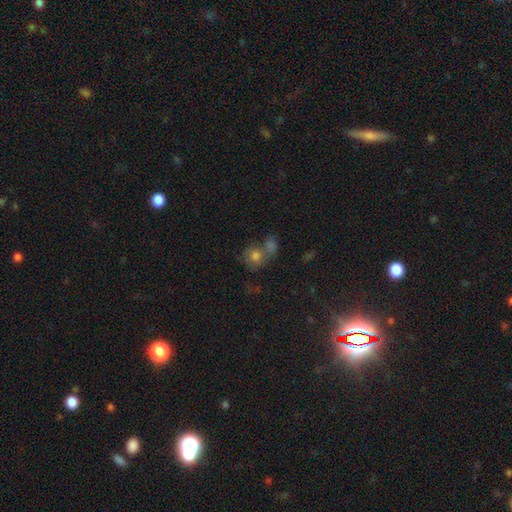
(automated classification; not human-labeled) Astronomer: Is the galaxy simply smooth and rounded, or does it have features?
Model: smooth — 71%.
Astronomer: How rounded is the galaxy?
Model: round — 72%.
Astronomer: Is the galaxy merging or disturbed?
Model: merger — 49% (runner-up: none, 33%).